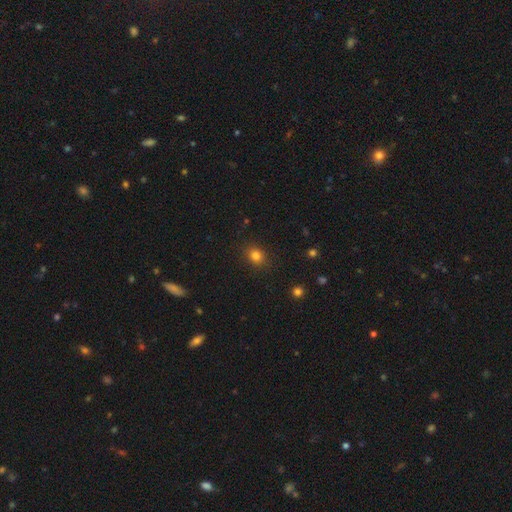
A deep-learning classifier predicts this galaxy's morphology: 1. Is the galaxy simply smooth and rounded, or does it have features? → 82% smooth, 13% star or artifact, 5% featured or disk.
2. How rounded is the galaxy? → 63% round, 36% in between, 1% cigar-shaped.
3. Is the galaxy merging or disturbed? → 88% none, 8% minor disturbance, 3% major disturbance, 1% merger.